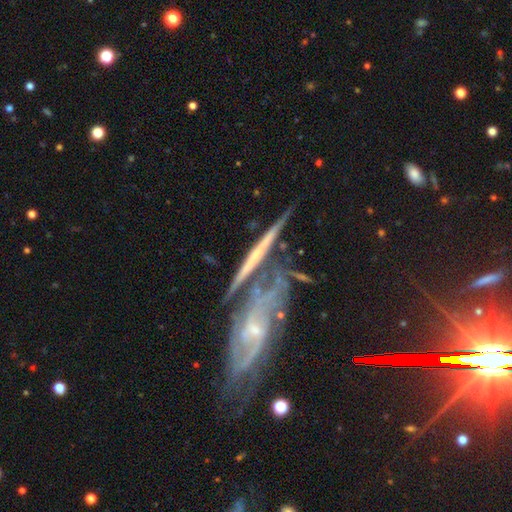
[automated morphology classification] A featured or disk galaxy (75%) viewed edge-on (75%) with no central bulge (59%). Merging: none (42%).